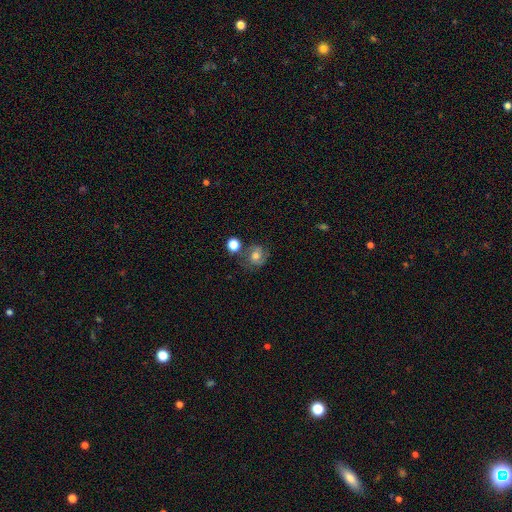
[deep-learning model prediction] smooth_or_featured: featured or disk (p=0.49) [alt: smooth p=0.38]
merging: none (p=0.63) [alt: minor disturbance p=0.18]